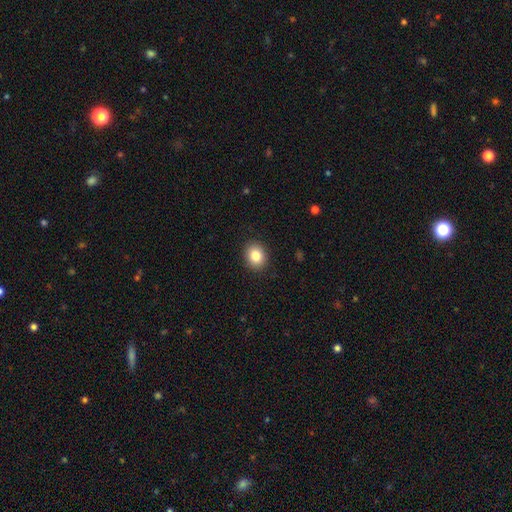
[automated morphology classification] A smooth galaxy with no disk features (84%) that is round (58%). Merging: none (90%).